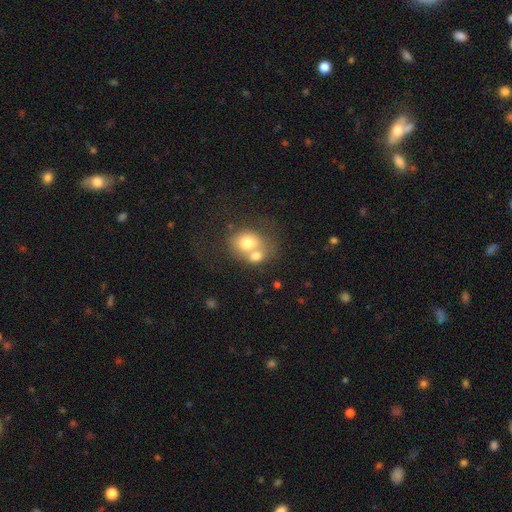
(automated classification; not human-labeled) Morphology: type=smooth (70%); roundness=round (58%); merging=merger (62%).